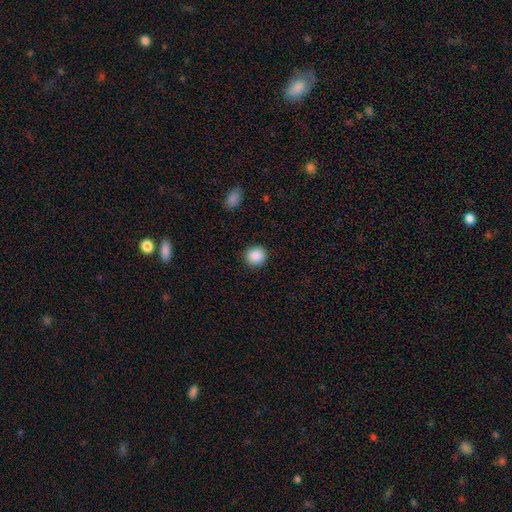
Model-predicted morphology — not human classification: Q: Smooth or featured?
A: smooth (89%); runner-up: star or artifact (9%)
Q: How rounded?
A: round (88%); runner-up: in between (11%)
Q: Merging?
A: none (91%); runner-up: minor disturbance (6%)